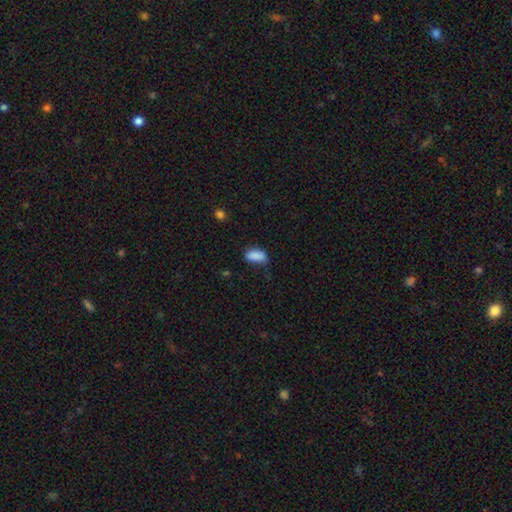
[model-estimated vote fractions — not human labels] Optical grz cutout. It shows a smooth galaxy with no disk features (87%) that is in between round and cigar-shaped (90%). Merging: none (60%).